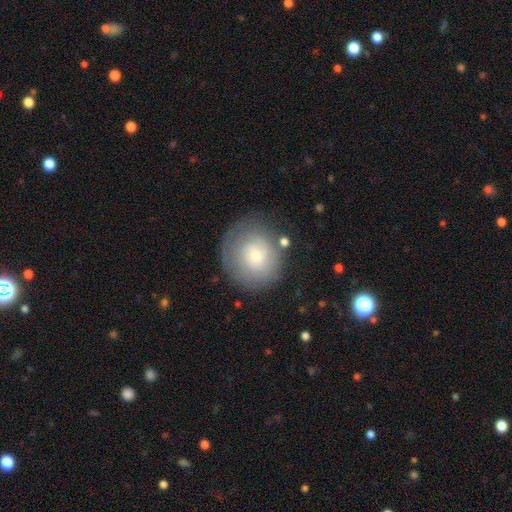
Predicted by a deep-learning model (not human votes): A smooth galaxy with no disk features (60%) that is round (88%). Merging: none (72%).